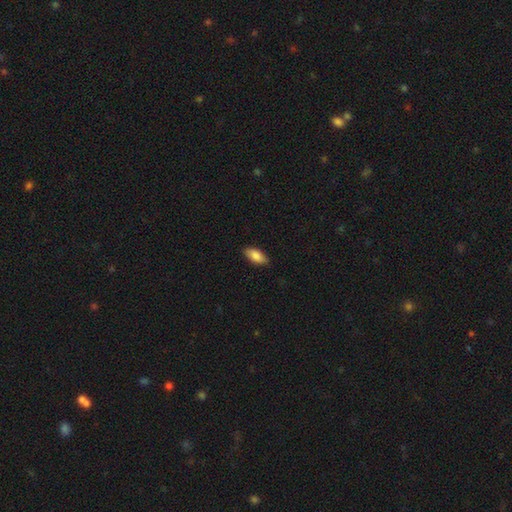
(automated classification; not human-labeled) The model was most divided on "smooth or featured": smooth: 84%, featured or disk: 10%, star or artifact: 6%. More confident: how rounded — in between (87%); merging — none (87%).